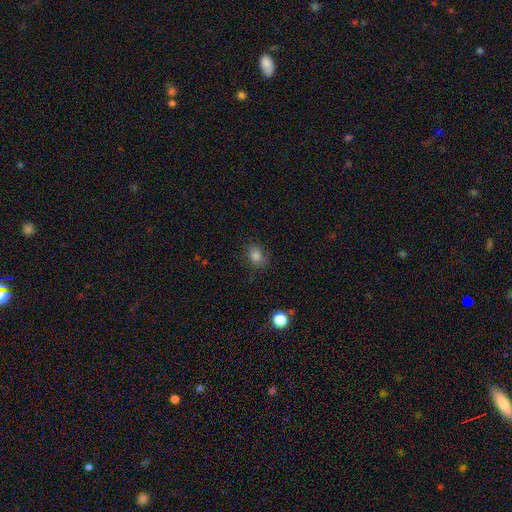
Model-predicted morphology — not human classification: smooth 82%, star or artifact 12%, featured or disk 6%. Down the decision tree: how rounded — in between (50%); merging — none (78%).